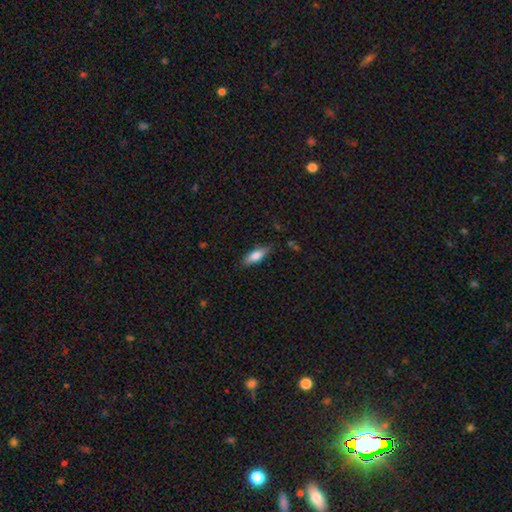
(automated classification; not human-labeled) A smooth galaxy with no disk features (79%) that is in between round and cigar-shaped (61%).

Vote fractions:
- Smooth or featured? smooth: 79% / featured or disk: 14% / star or artifact: 6%
- How rounded? in between: 61% / cigar-shaped: 37% / round: 2%
- Merging? none: 80% / minor disturbance: 15% / major disturbance: 3% / merger: 2%